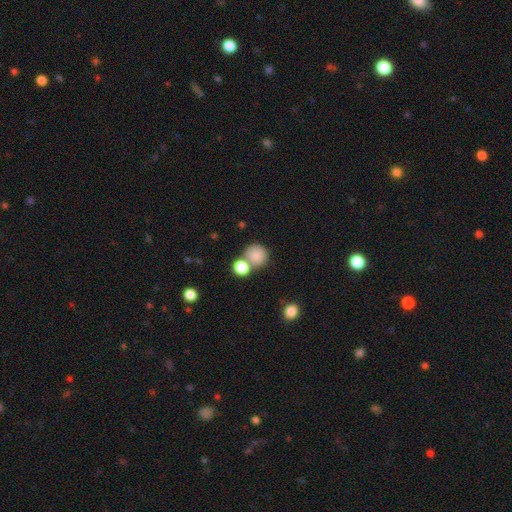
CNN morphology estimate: Overall: smooth (83%). How rounded: round (88%). Merging: none (53%; merger 33%).